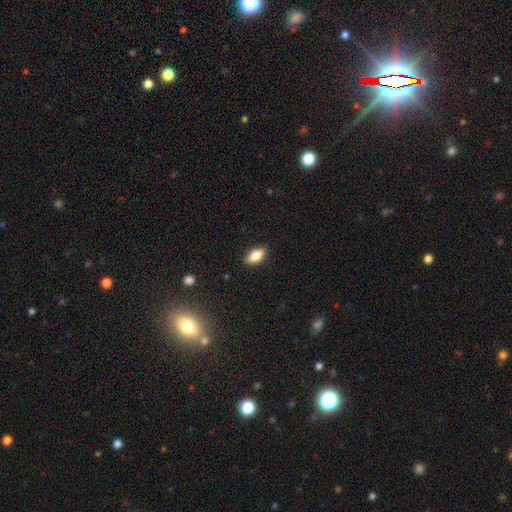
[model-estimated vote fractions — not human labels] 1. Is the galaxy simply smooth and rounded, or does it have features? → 81% smooth, 12% featured or disk, 7% star or artifact.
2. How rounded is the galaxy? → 88% in between, 9% cigar-shaped, 3% round.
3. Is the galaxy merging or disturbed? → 88% none, 9% minor disturbance, 2% major disturbance, 1% merger.